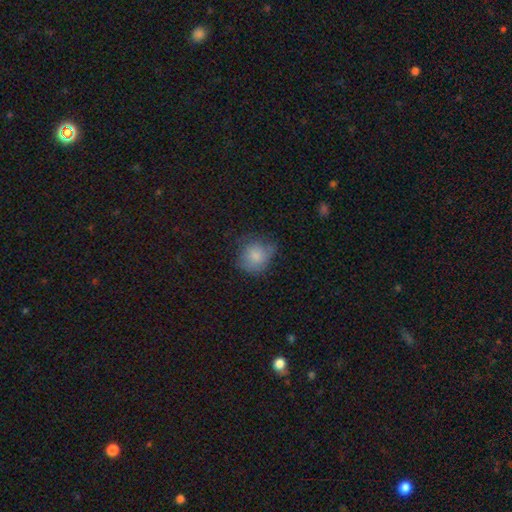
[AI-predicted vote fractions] smooth 78%, featured or disk 13%, star or artifact 9%. Down the decision tree: how rounded — round (75%); merging — none (51%).